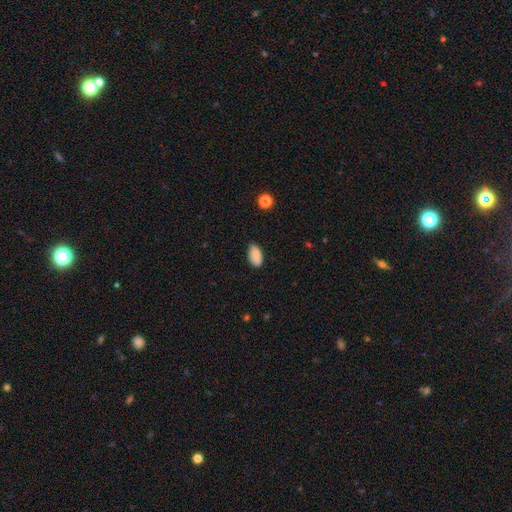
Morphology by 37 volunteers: This is clearly a smooth galaxy (89%). How rounded: clearly in between (94%). Merging: clearly none (86%).